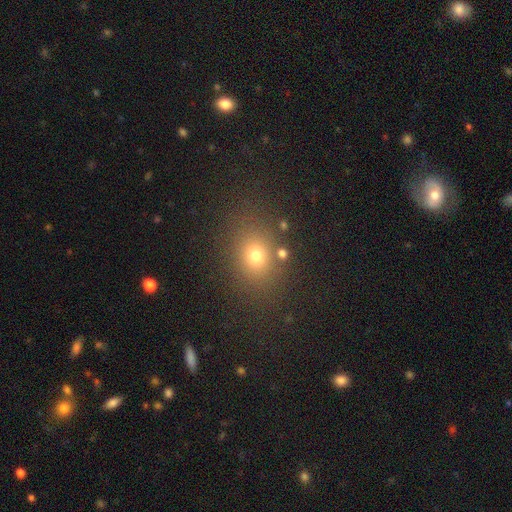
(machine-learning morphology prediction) The model was most divided on "how rounded": round: 53%, in between: 46%, cigar-shaped: 1%. More confident: merging — none (80%); smooth or featured — smooth (71%).